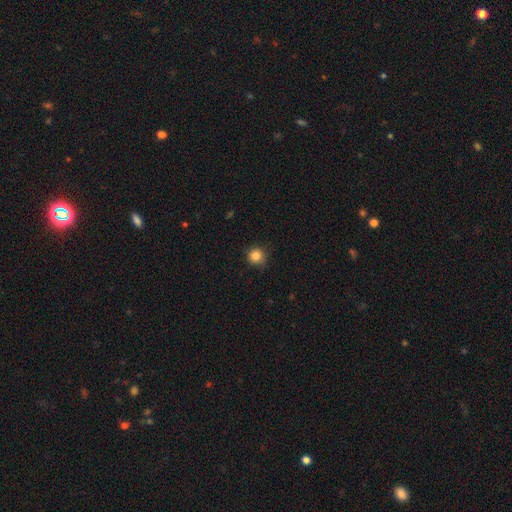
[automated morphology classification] smooth-or-featured: smooth: 84% | star or artifact: 12% | featured or disk: 4%
  how-rounded: round: 93% | in between: 6% | cigar-shaped: 1%
  merging: none: 82% | minor disturbance: 15% | major disturbance: 3% | merger: 1%